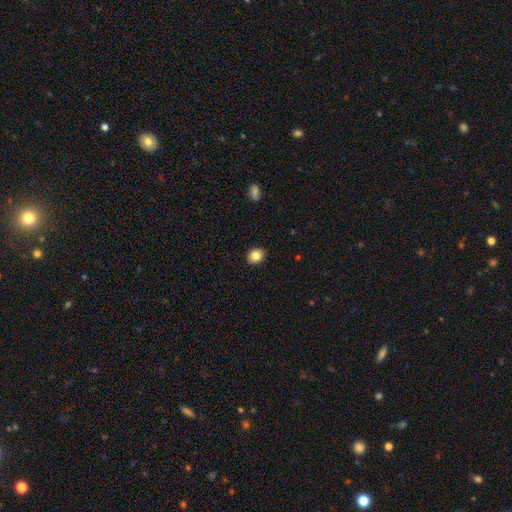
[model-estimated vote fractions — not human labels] smooth_or_featured: smooth (p=0.84) [alt: star or artifact p=0.09]
how_rounded: round (p=0.55) [alt: in between p=0.44]
merging: none (p=0.91) [alt: minor disturbance p=0.07]